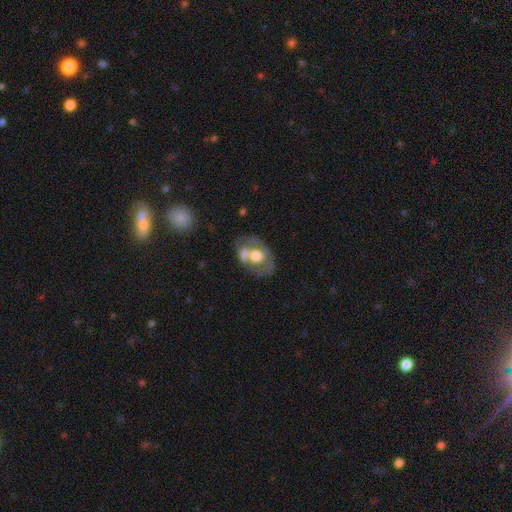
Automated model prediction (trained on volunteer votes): This is possibly a featured or disk galaxy (50%). It is clearly not viewed edge-on (93%). Merging: marginally none (36%).